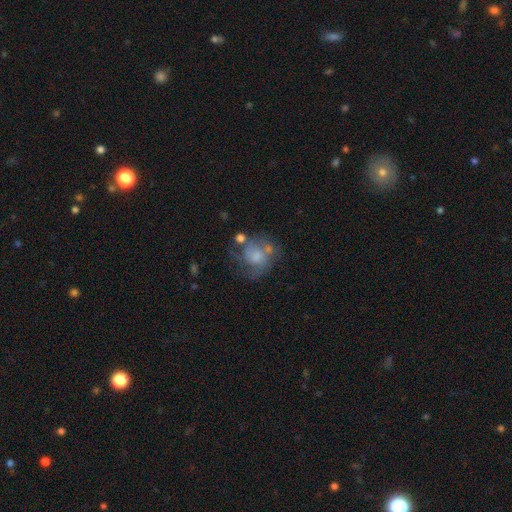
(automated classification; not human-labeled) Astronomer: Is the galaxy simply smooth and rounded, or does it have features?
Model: featured or disk — 50% (runner-up: smooth, 40%).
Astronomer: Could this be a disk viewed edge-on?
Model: no — 98%.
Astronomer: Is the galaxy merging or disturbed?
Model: none — 40% (runner-up: major disturbance, 25%).